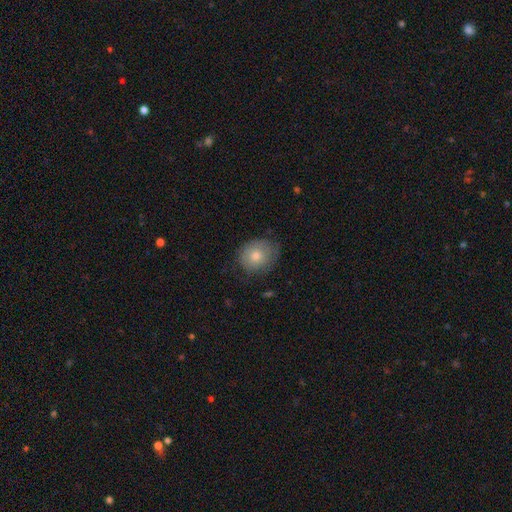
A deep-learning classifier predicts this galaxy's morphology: smooth 69%, featured or disk 22%, star or artifact 9%. Down the decision tree: how rounded — round (67%); merging — none (72%).